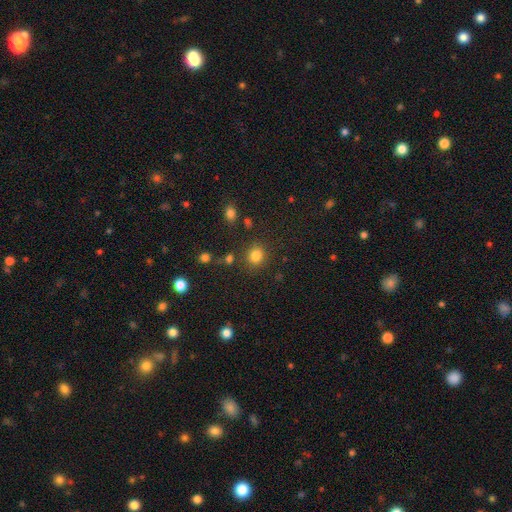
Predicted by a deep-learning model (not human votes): This appears to be a smooth galaxy with no disk features (82%) that is round (77%). Merging: none (83%).